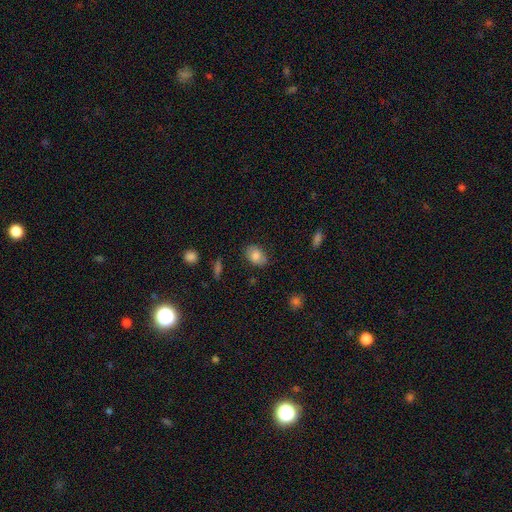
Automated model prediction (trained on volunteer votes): smooth-or-featured: smooth: 79% | featured or disk: 13% | star or artifact: 8%
  how-rounded: in between: 81% | round: 18% | cigar-shaped: 1%
  merging: none: 80% | minor disturbance: 15% | major disturbance: 3% | merger: 1%